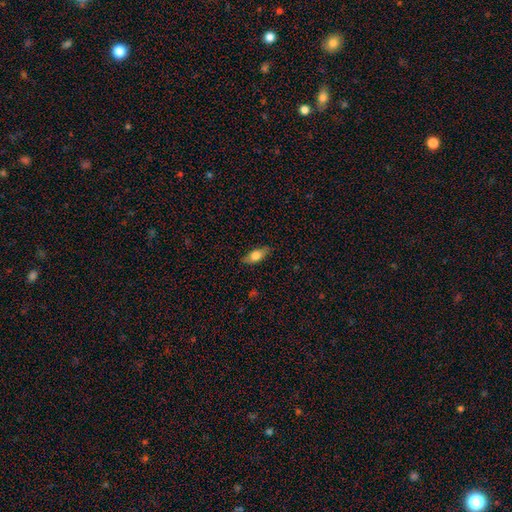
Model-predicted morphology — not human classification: smooth-or-featured: smooth: 70% | featured or disk: 23% | star or artifact: 7%
  how-rounded: in between: 79% | cigar-shaped: 17% | round: 5%
  merging: none: 84% | minor disturbance: 13% | major disturbance: 3% | merger: 1%